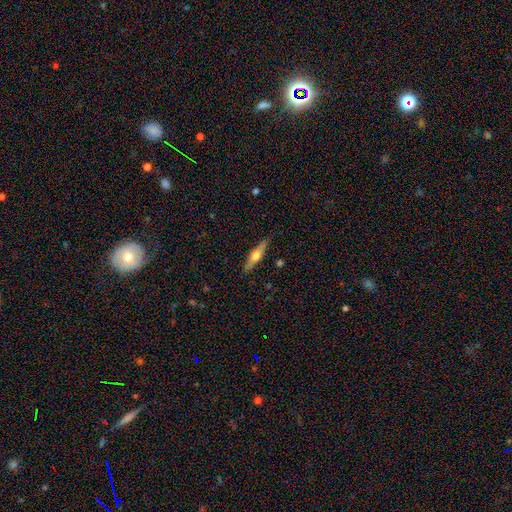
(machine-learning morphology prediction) smooth-or-featured: featured or disk: 62% | smooth: 32% | star or artifact: 6%
  disk-edge-on: yes: 96% | no: 4%
    edge-on-bulge: rounded: 94% | boxy: 3% | none: 2%
  merging: none: 88% | minor disturbance: 9% | major disturbance: 2% | merger: 1%